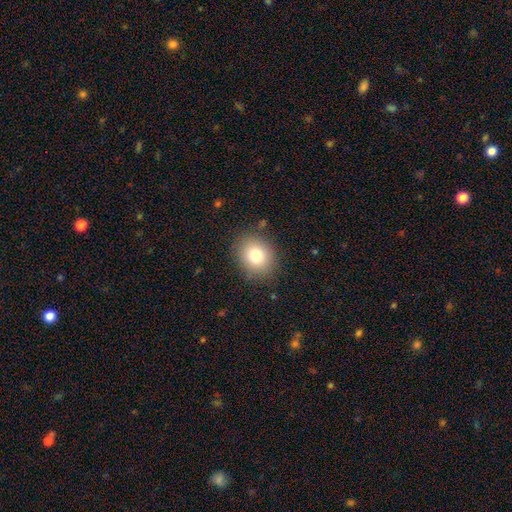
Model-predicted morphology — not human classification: Q: Smooth or featured?
A: smooth (78%); runner-up: star or artifact (12%)
Q: How rounded?
A: round (68%); runner-up: in between (31%)
Q: Merging?
A: none (86%); runner-up: minor disturbance (9%)